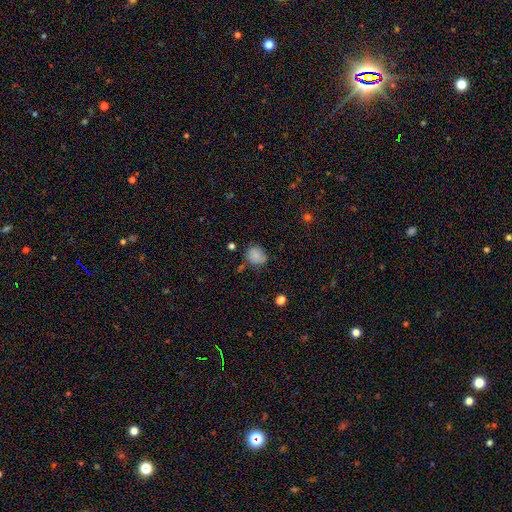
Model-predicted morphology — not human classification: smooth 84%, star or artifact 10%, featured or disk 6%. Down the decision tree: how rounded — round (65%); merging — none (69%).